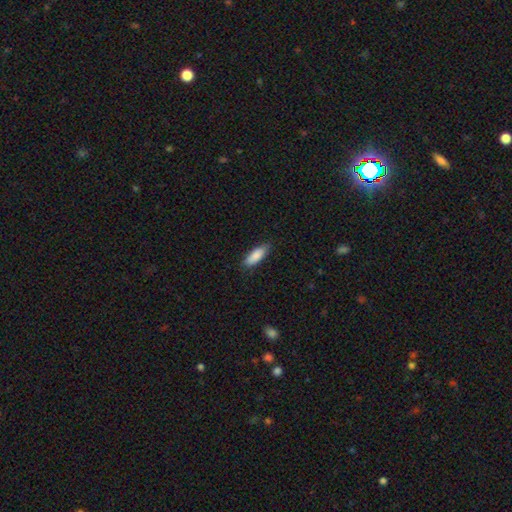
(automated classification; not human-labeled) A smooth galaxy with no disk features (88%) that is in between round and cigar-shaped (66%). Merging: none (83%).